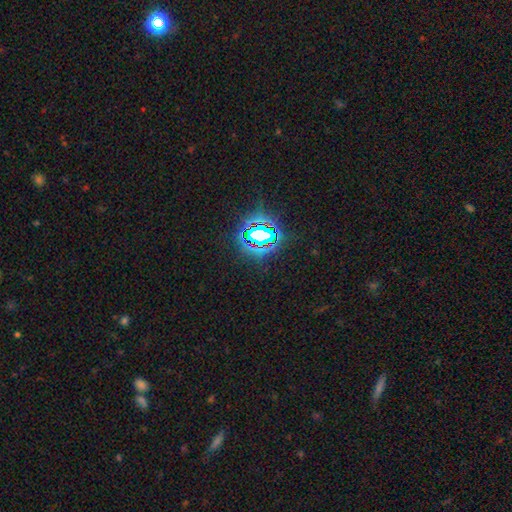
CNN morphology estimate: smooth-or-featured: star or artifact: 79% | smooth: 14% | featured or disk: 7%